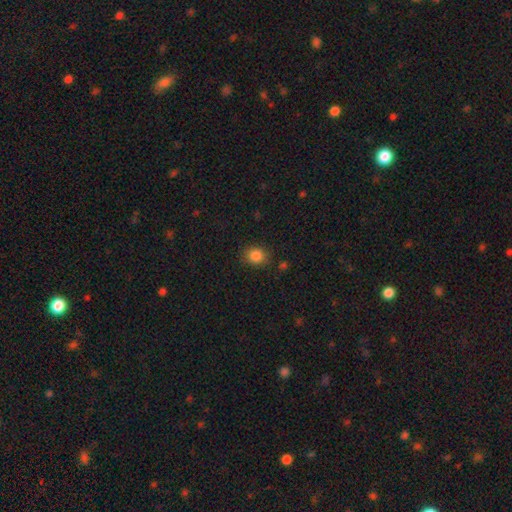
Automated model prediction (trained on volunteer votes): A smooth galaxy with no disk features (85%) that is round (72%). Merging: none (83%).